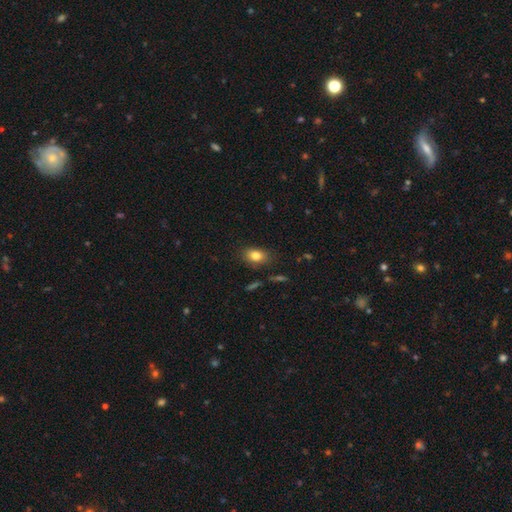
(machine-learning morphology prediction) This is clearly a smooth galaxy (81%). How rounded: clearly in between (81%). Merging: clearly none (82%).